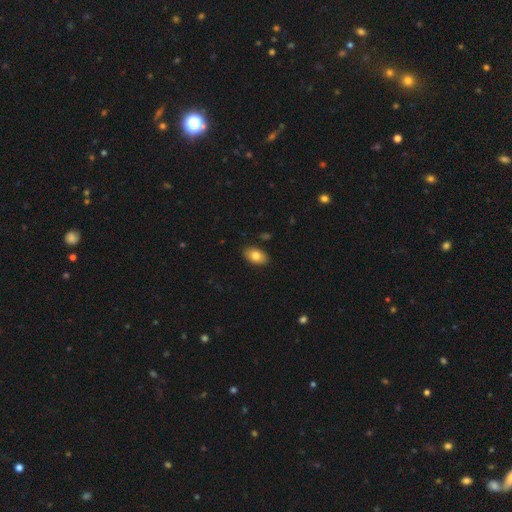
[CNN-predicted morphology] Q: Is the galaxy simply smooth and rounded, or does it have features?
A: smooth — 80%.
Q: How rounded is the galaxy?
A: in between — 91%.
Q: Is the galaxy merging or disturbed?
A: none — 88%.